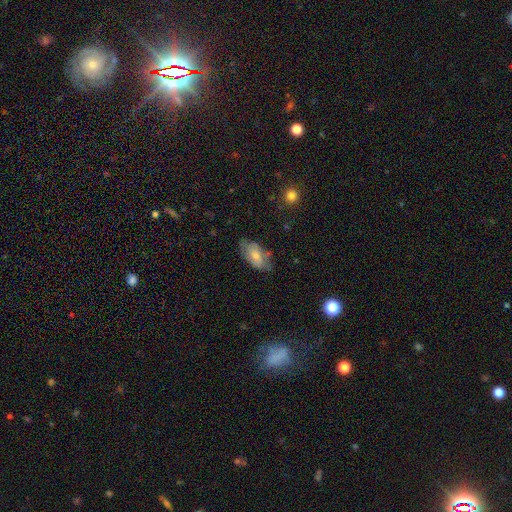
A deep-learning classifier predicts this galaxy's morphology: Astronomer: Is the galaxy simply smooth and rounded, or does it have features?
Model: smooth — 67%.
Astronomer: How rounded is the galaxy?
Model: in between — 93%.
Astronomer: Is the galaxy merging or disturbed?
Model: none — 61%.